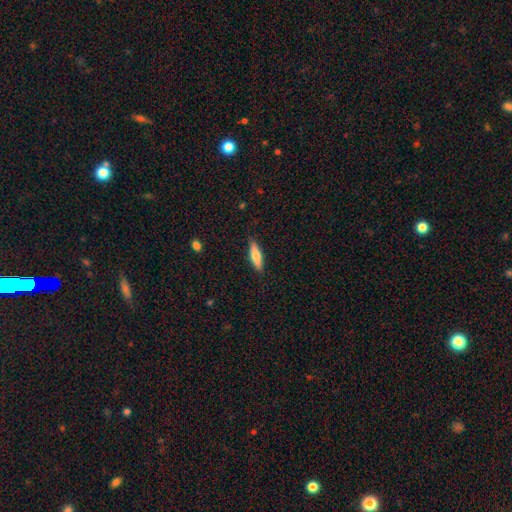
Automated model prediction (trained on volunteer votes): Q: Smooth or featured?
A: smooth (63%); runner-up: featured or disk (31%)
Q: How rounded?
A: cigar-shaped (65%); runner-up: in between (33%)
Q: Merging?
A: none (86%); runner-up: minor disturbance (10%)